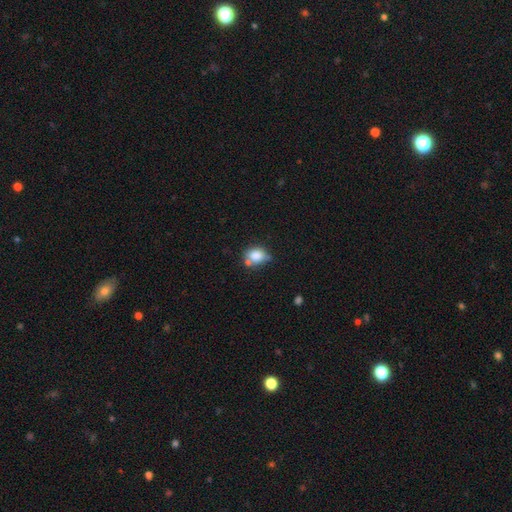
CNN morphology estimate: A smooth galaxy with no disk features (81%) that is round (54%). Merging: none (52%).